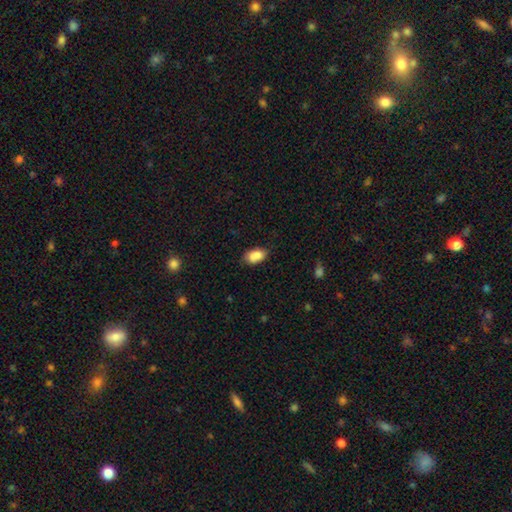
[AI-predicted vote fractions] The model was most divided on "merging": none: 57%, minor disturbance: 23%, merger: 15%, major disturbance: 5%. More confident: how rounded — in between (89%); smooth or featured — smooth (82%).